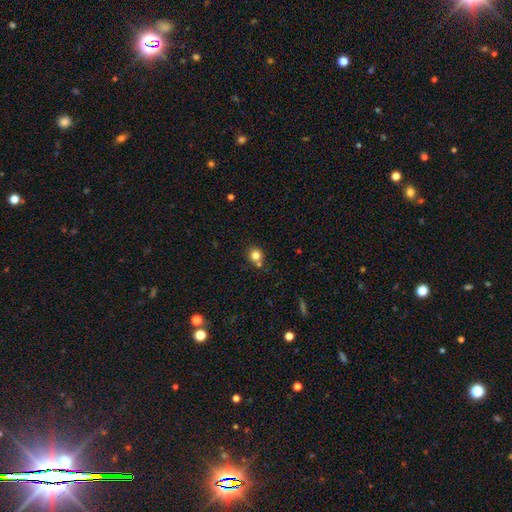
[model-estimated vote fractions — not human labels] The model was most divided on "merging": none: 71%, merger: 17%, minor disturbance: 9%, major disturbance: 3%. More confident: how rounded — round (90%); smooth or featured — smooth (81%).